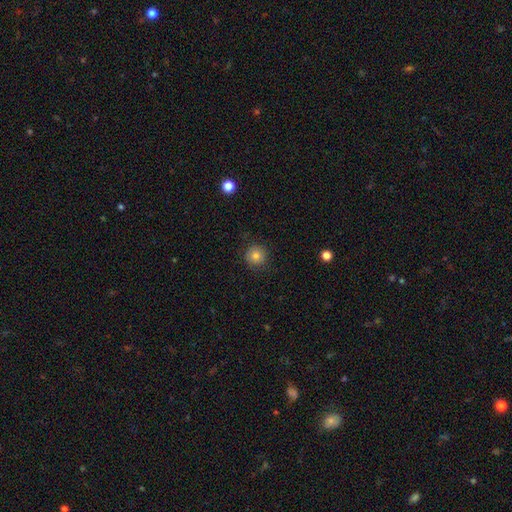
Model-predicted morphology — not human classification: smooth 81%, star or artifact 11%, featured or disk 9%. Down the decision tree: how rounded — round (95%); merging — none (88%).